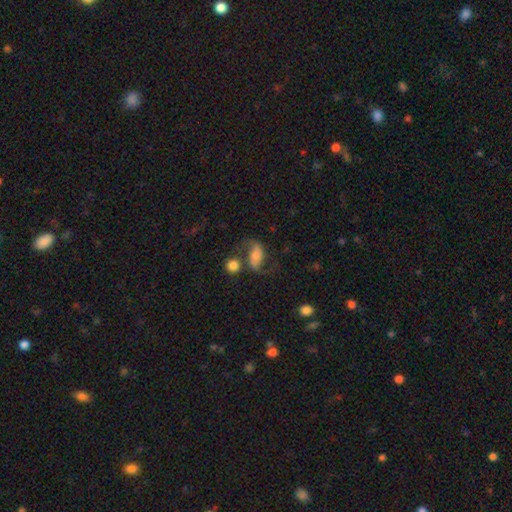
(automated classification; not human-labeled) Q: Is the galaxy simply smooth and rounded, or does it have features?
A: featured or disk — 60%.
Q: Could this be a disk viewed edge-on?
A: no — 94%.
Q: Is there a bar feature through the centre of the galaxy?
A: no — 41%.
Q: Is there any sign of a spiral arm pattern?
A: yes — 89%.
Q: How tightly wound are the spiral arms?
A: loose — 71%.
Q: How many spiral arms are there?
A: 2 — 91%.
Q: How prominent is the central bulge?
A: moderate — 42%.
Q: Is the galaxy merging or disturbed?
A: none — 50%.